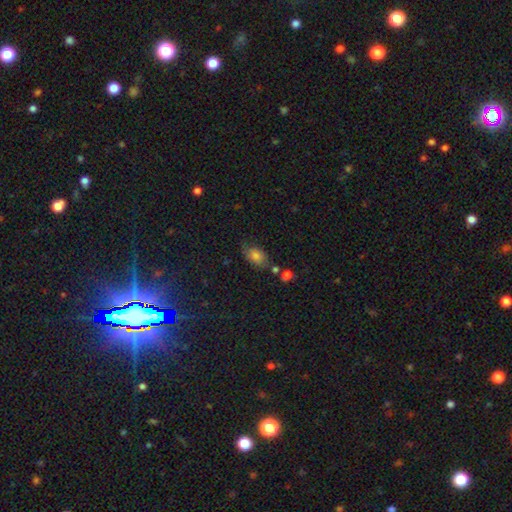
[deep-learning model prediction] Smooth or featured?
  - smooth: 78% *
  - featured or disk: 11%
  - star or artifact: 11%
How rounded?
  - in between: 89% *
  - round: 9%
  - cigar-shaped: 2%
Merging?
  - none: 64% *
  - minor disturbance: 24%
  - merger: 6%
  - major disturbance: 6%